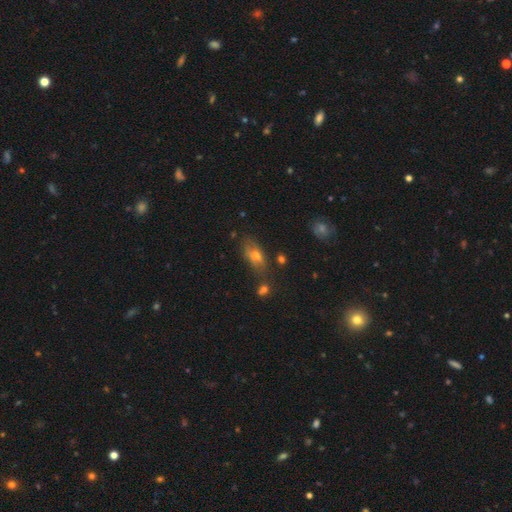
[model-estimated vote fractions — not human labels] Smooth or featured? smooth (60%)
How rounded? in between (79%)
Merging? none (60%)